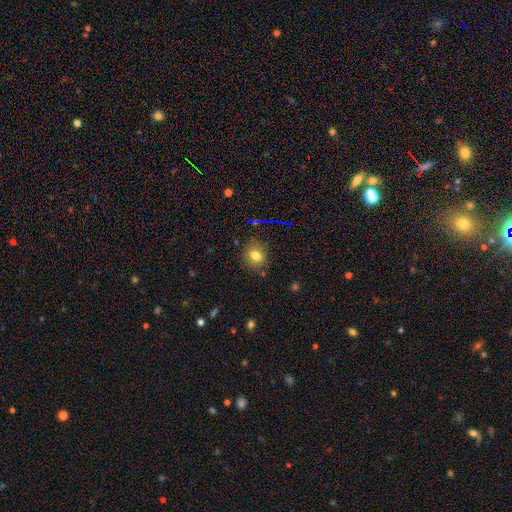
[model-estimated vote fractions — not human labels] A smooth galaxy with no disk features (76%) that is round (61%). Merging: none (82%).